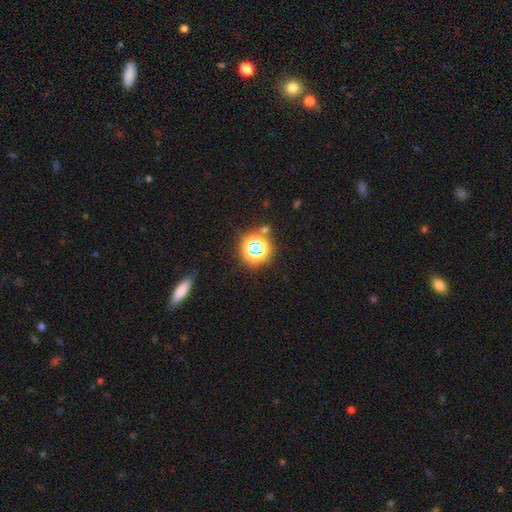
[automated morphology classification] A star or artifact, not a galaxy (64%).